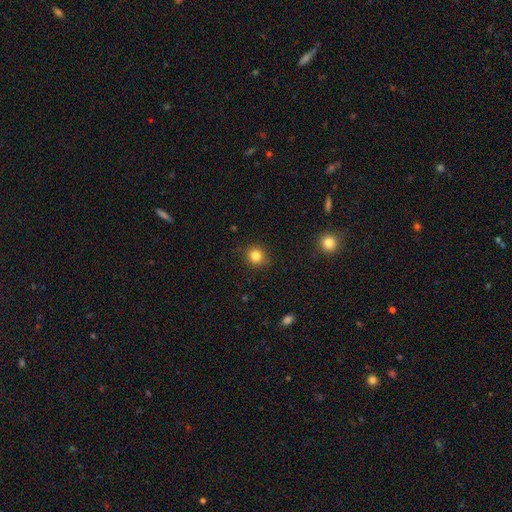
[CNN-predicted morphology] A smooth galaxy with no disk features (83%) that is round (87%).

Vote fractions:
- Smooth or featured? smooth: 83% / star or artifact: 12% / featured or disk: 5%
- How rounded? round: 87% / in between: 12% / cigar-shaped: 1%
- Merging? none: 90% / minor disturbance: 7% / major disturbance: 2% / merger: 1%